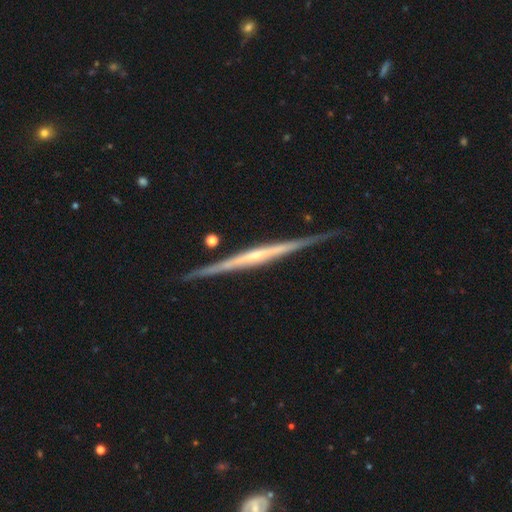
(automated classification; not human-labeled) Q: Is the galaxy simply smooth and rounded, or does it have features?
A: featured or disk — 82%.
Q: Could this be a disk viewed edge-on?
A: yes — 98%.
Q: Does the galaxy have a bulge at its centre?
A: none — 57%.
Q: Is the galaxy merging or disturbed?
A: none — 85%.